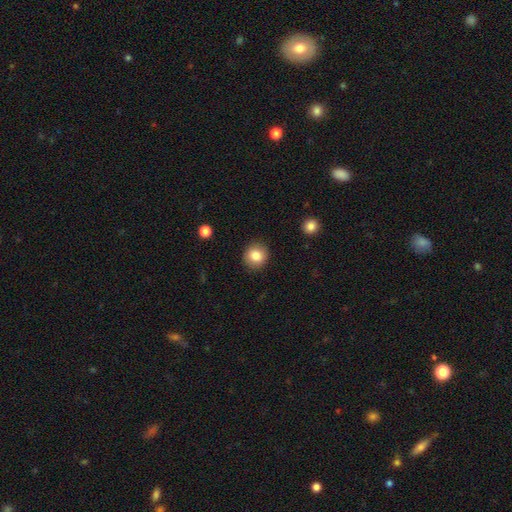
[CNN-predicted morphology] Q: Smooth or featured?
A: smooth (84%); runner-up: star or artifact (9%)
Q: How rounded?
A: round (86%); runner-up: in between (13%)
Q: Merging?
A: none (90%); runner-up: minor disturbance (7%)